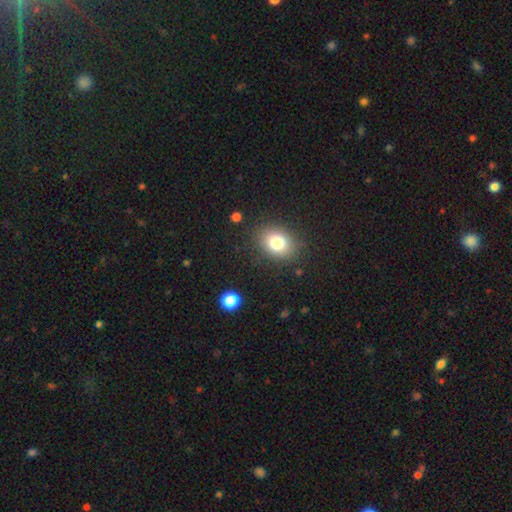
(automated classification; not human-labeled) smooth-or-featured: smooth: 67% | star or artifact: 26% | featured or disk: 7%
  how-rounded: round: 62% | in between: 36% | cigar-shaped: 2%
  merging: none: 91% | minor disturbance: 6% | major disturbance: 2% | merger: 1%